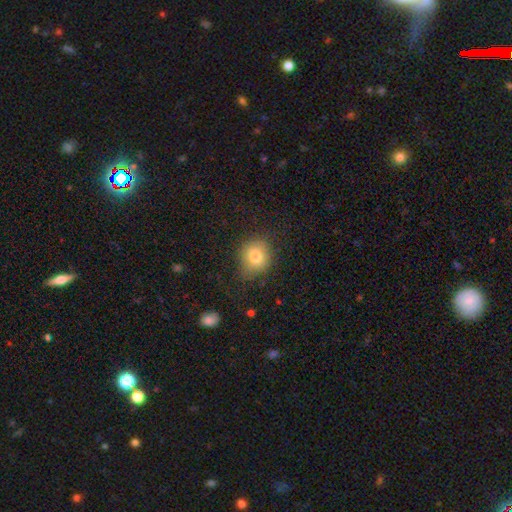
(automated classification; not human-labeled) Morphology: type=smooth (77%); roundness=round (75%); merging=none (76%).